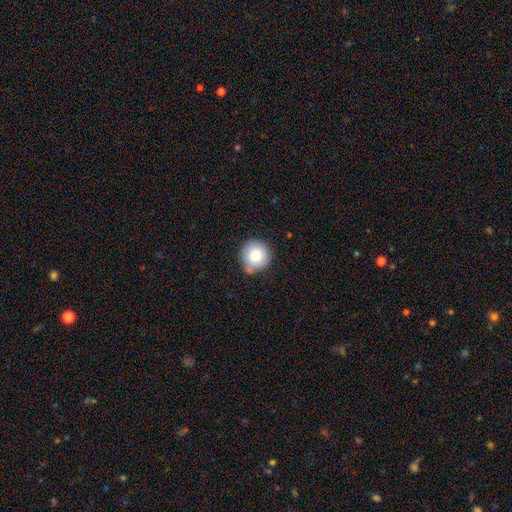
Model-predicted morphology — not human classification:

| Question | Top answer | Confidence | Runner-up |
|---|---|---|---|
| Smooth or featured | smooth | 81% | featured or disk (10%) |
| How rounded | round | 93% | in between (6%) |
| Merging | none | 71% | minor disturbance (20%) |